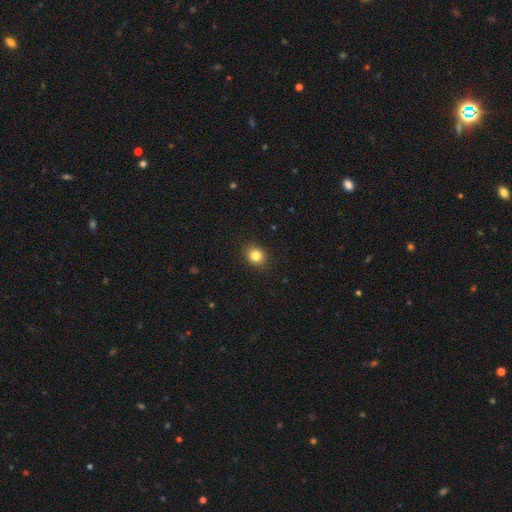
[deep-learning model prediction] smooth-or-featured: smooth: 83% | star or artifact: 11% | featured or disk: 6%
  how-rounded: round: 66% | in between: 34% | cigar-shaped: 1%
  merging: none: 90% | minor disturbance: 7% | major disturbance: 2% | merger: 1%